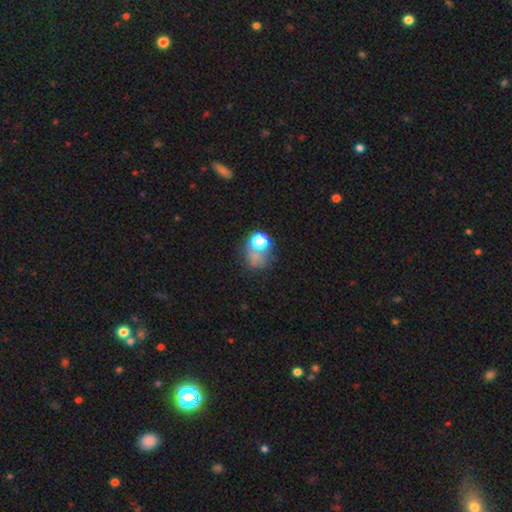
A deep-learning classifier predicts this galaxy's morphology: A smooth galaxy with no disk features (61%) that is round (59%). Merging: none (35%).